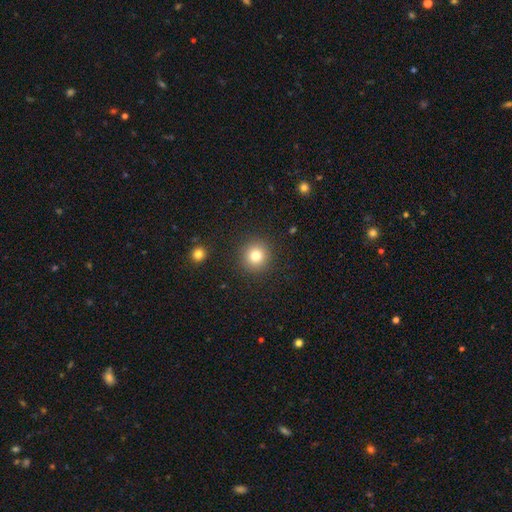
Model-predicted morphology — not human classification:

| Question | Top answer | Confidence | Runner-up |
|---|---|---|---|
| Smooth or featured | smooth | 80% | star or artifact (12%) |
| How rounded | round | 93% | in between (6%) |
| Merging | none | 91% | minor disturbance (6%) |